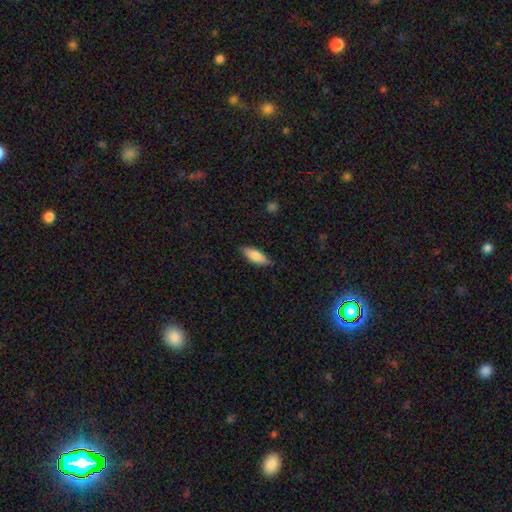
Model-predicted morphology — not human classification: Overall: smooth (81%). How rounded: in between (71%). Merging: none (83%).